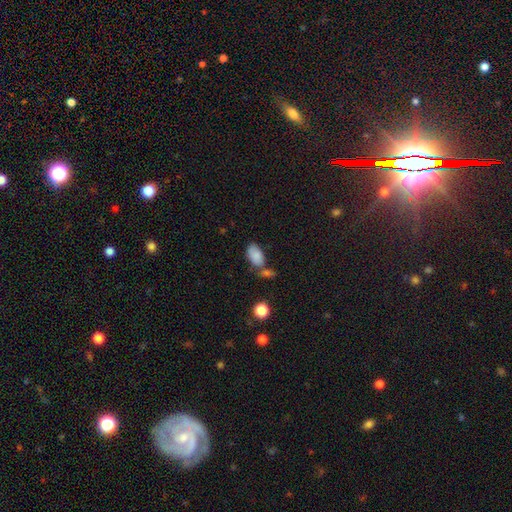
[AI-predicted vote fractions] Q: Smooth or featured?
A: smooth (84%); runner-up: star or artifact (8%)
Q: How rounded?
A: in between (93%); runner-up: round (5%)
Q: Merging?
A: none (45%); runner-up: merger (28%)